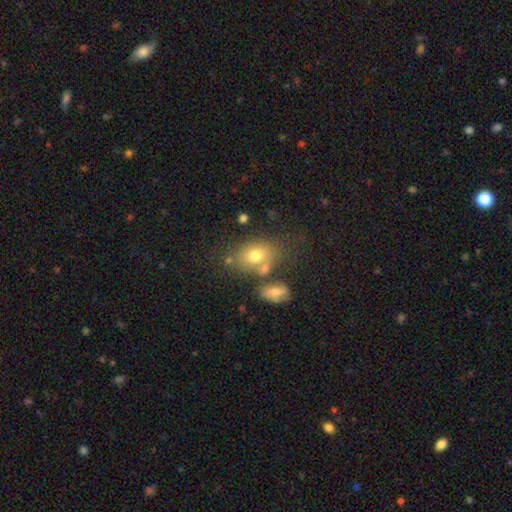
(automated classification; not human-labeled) smooth 70%, featured or disk 18%, star or artifact 12%. Down the decision tree: how rounded — in between (74%); merging — none (55%).